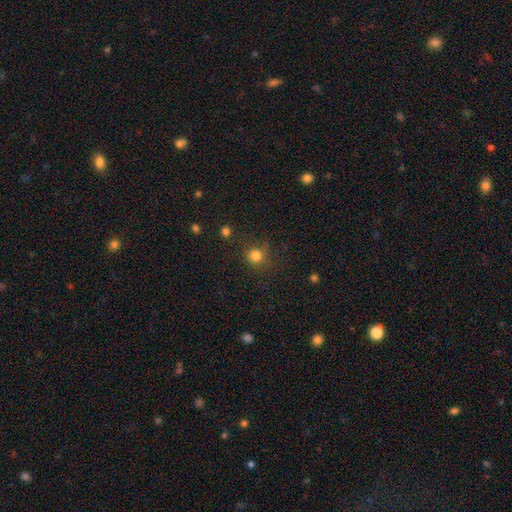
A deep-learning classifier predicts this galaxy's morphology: smooth-or-featured: smooth: 81% | star or artifact: 14% | featured or disk: 5%
  how-rounded: round: 92% | in between: 7% | cigar-shaped: 1%
  merging: none: 80% | minor disturbance: 12% | major disturbance: 5% | merger: 3%